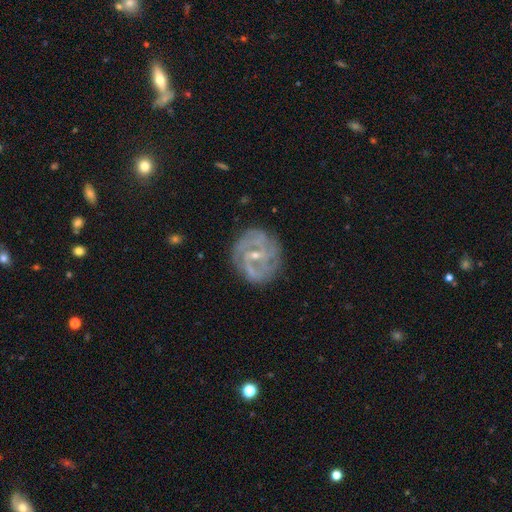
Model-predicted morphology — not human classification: featured or disk 84%, smooth 9%, star or artifact 7%. Down the decision tree: edge-on disk — no (97%); bar — weak (47%); spiral arms — yes (93%); spiral arm count — can't tell (27%); spiral winding — tight (54%); bulge size — small (69%); merging — none (76%).